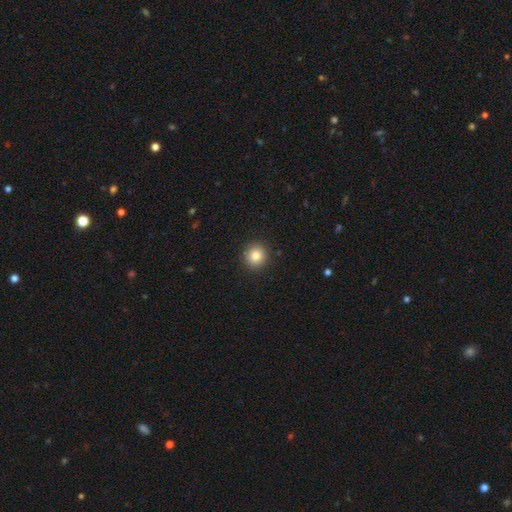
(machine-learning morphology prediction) Smooth or featured? smooth (82%)
How rounded? round (93%)
Merging? none (92%)